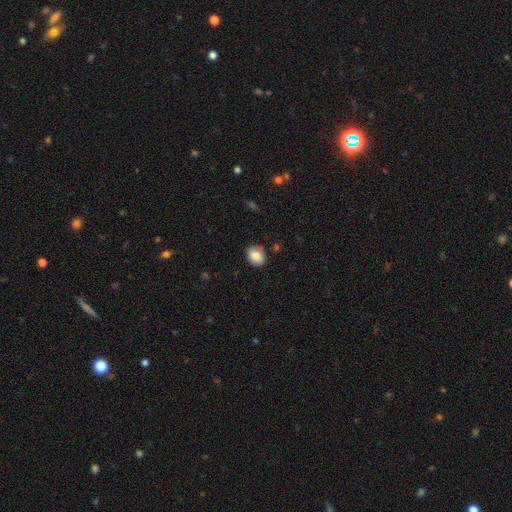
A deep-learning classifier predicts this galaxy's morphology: smooth 83%, featured or disk 9%, star or artifact 8%. Down the decision tree: how rounded — round (53%); merging — none (83%).